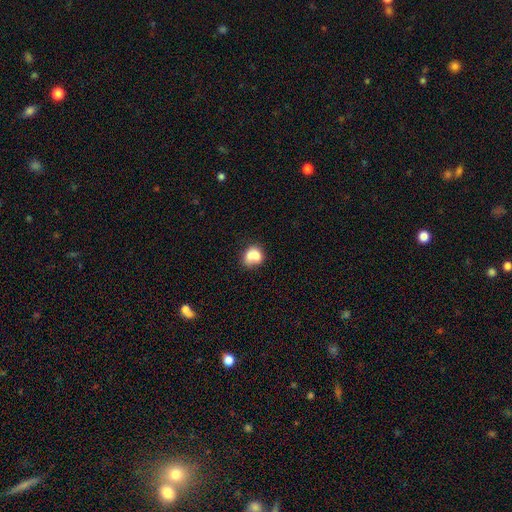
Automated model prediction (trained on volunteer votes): Morphology: type=smooth (71%); roundness=round (55%); merging=merger (50%).